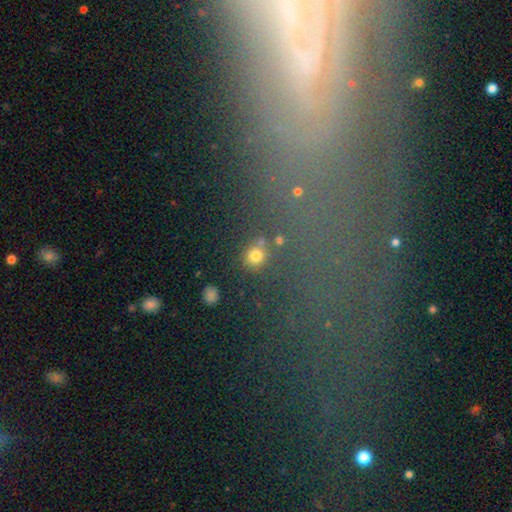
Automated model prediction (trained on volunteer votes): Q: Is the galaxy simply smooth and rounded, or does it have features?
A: smooth — 74%.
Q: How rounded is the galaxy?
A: round — 87%.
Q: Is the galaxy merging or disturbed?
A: none — 71%.